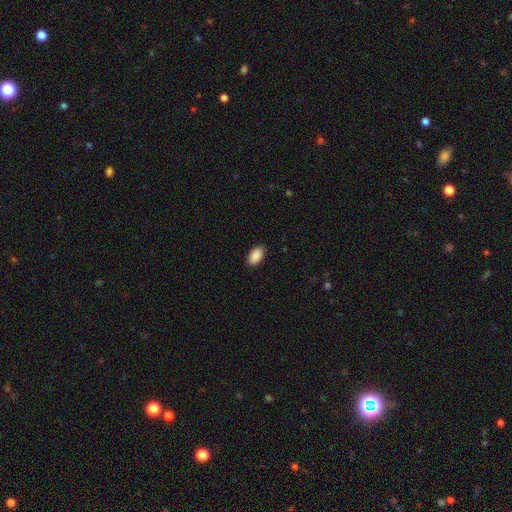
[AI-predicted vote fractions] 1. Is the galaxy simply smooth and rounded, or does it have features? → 90% smooth, 7% star or artifact, 3% featured or disk.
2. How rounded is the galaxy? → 94% in between, 4% round, 2% cigar-shaped.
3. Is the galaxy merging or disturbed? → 89% none, 8% minor disturbance, 2% major disturbance, 1% merger.